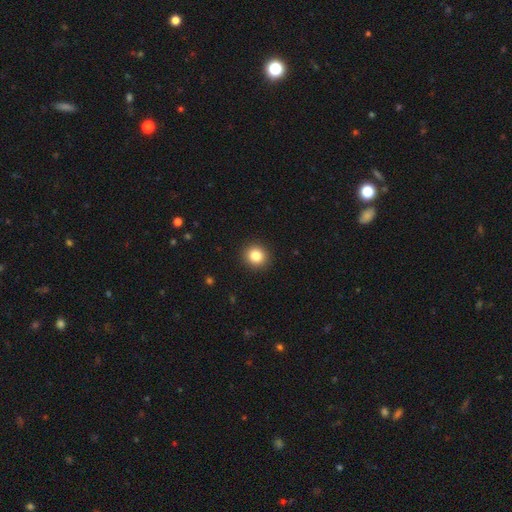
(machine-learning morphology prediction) Smooth or featured? Predicted: smooth (p=0.84). How rounded? Predicted: round (p=0.89). Merging? Predicted: none (p=0.92).